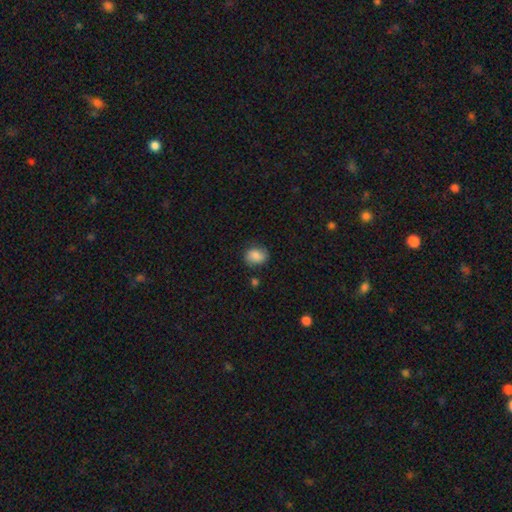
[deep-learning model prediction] Overall: smooth (82%). How rounded: round (50%; in between 49%). Merging: none (76%).